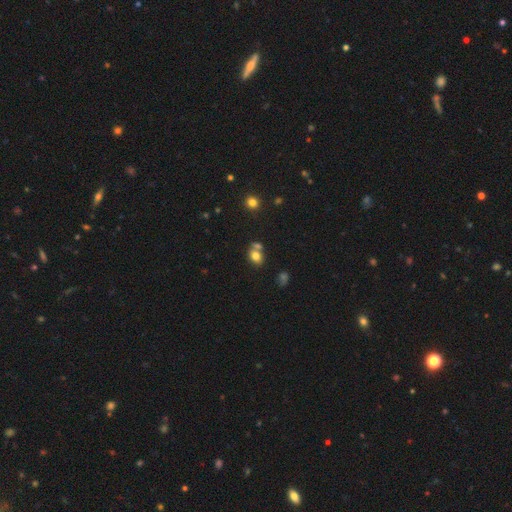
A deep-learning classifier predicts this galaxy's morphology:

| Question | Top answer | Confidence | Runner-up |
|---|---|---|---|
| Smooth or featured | smooth | 77% | star or artifact (12%) |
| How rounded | in between | 61% | round (38%) |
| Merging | none | 51% | merger (32%) |